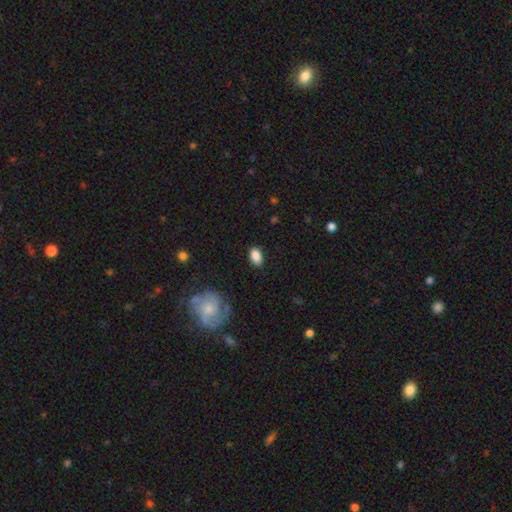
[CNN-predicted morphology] A smooth galaxy with no disk features (86%) that is in between round and cigar-shaped (88%). Merging: none (81%).